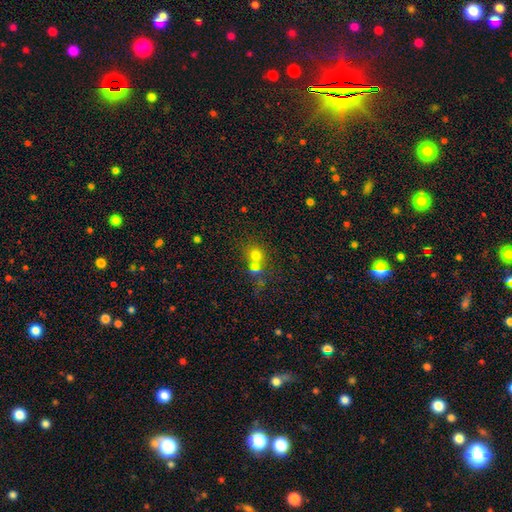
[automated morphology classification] This appears to be a smooth galaxy with no disk features (68%) that is round (82%). Merging: merger (53%).